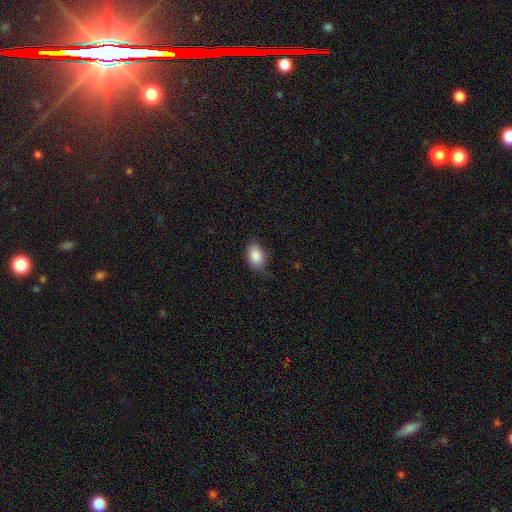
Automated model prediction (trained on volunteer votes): Smooth or featured: smooth — 87% (star or artifact — 7%)
How rounded: in between — 87% (round — 11%)
Merging: none — 70% (minor disturbance — 24%)